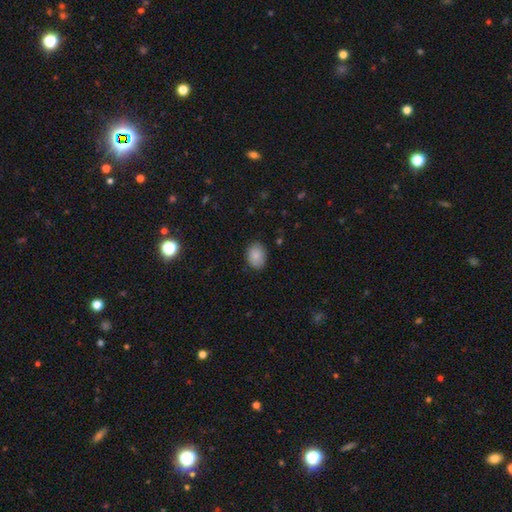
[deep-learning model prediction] smooth_or_featured: smooth (p=0.85) [alt: star or artifact p=0.08]
how_rounded: in between (p=0.65) [alt: round p=0.34]
merging: none (p=0.85) [alt: minor disturbance p=0.11]